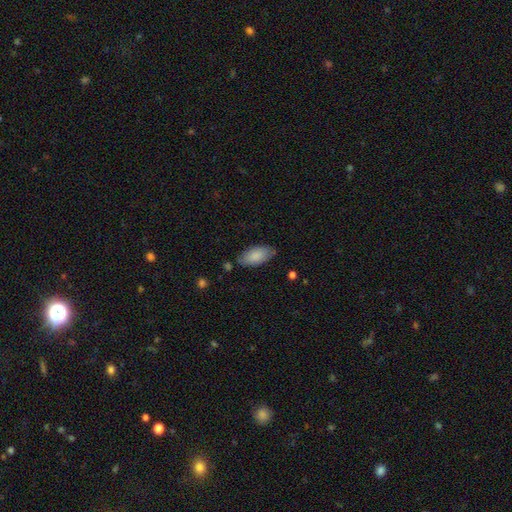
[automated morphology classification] Smooth or featured? smooth (85%)
How rounded? in between (92%)
Merging? none (75%)